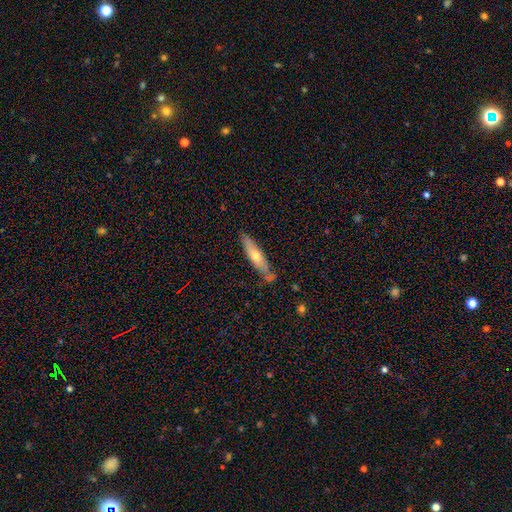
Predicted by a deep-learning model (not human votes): Smooth or featured? smooth (50%)
Merging? none (78%)